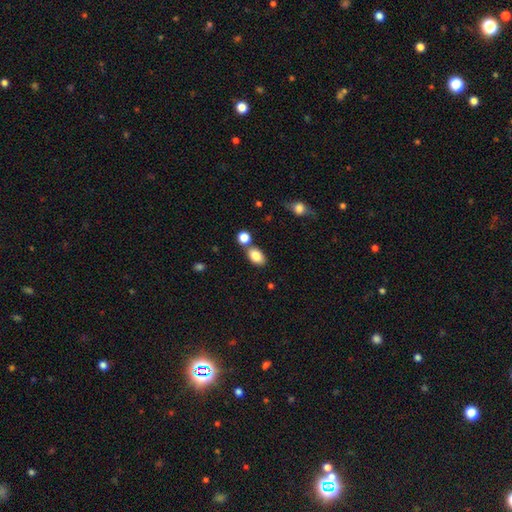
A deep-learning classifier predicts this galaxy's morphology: Smooth or featured? smooth (85%)
How rounded? in between (87%)
Merging? none (67%)